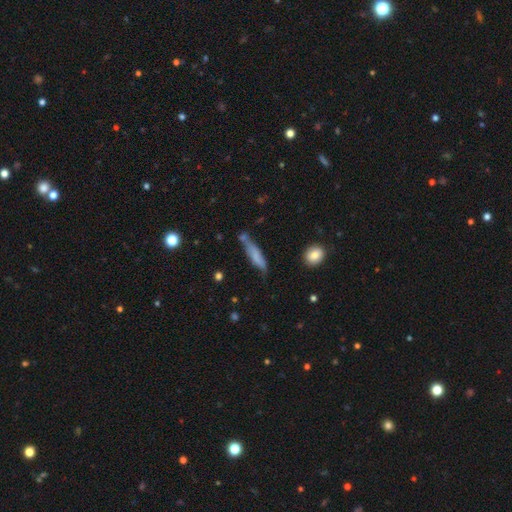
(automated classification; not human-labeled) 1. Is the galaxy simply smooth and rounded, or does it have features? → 65% smooth, 27% featured or disk, 8% star or artifact.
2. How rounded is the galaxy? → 77% cigar-shaped, 21% in between, 3% round.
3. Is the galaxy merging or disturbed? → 52% none, 28% minor disturbance, 12% merger, 9% major disturbance.